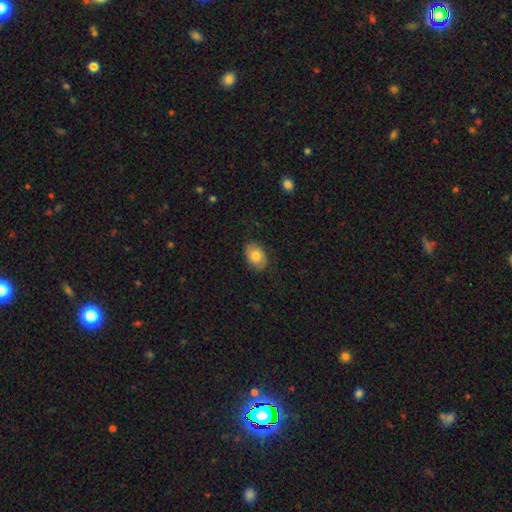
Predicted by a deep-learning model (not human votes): The model was most divided on "how rounded": in between: 82%, round: 17%, cigar-shaped: 1%. More confident: merging — none (85%); smooth or featured — smooth (80%).